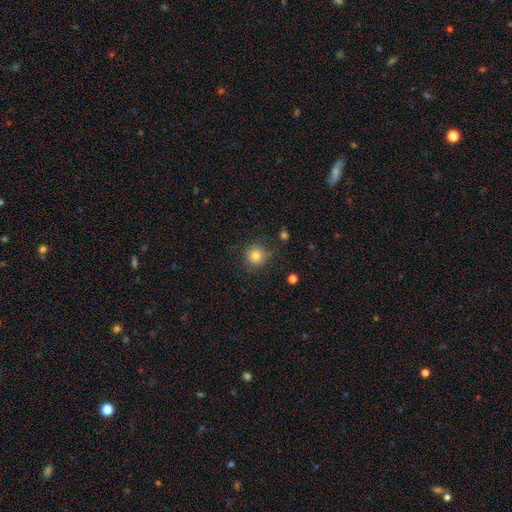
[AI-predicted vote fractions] Morphology: type=smooth (81%); roundness=round (92%); merging=none (78%).